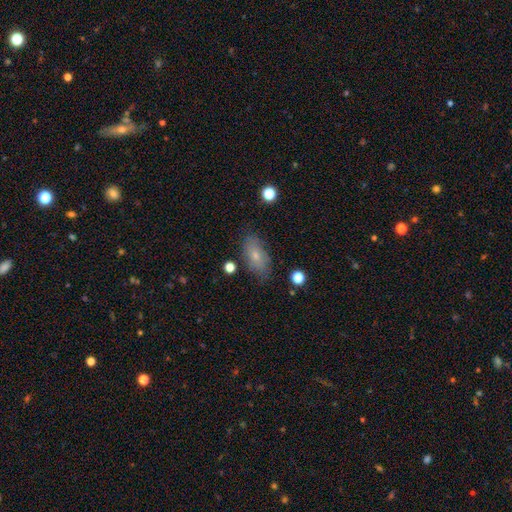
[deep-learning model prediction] This is likely a smooth galaxy (71%). How rounded: clearly in between (89%). Merging: likely none (77%).